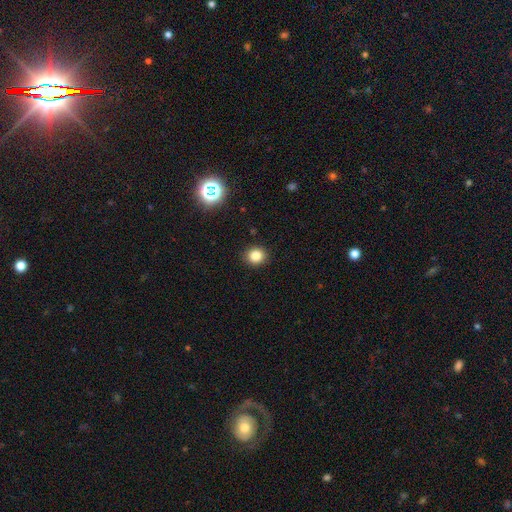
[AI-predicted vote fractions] The model was most divided on "how rounded": round: 82%, in between: 17%, cigar-shaped: 1%. More confident: merging — none (91%); smooth or featured — smooth (82%).